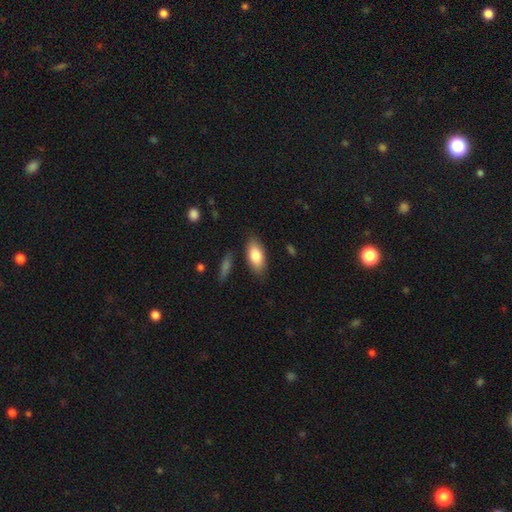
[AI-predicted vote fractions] Smooth or featured? Predicted: smooth (p=0.81). How rounded? Predicted: in between (p=0.88). Merging? Predicted: none (p=0.82).